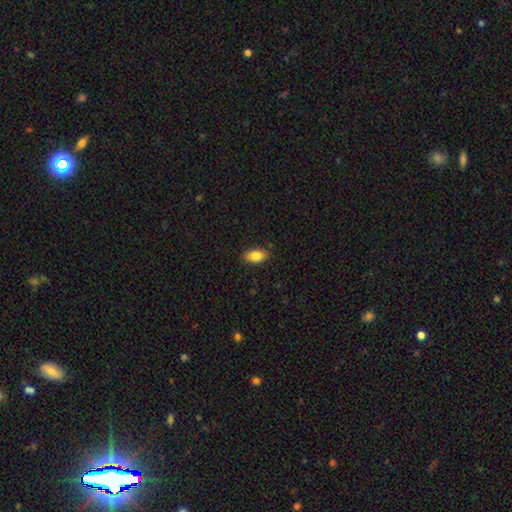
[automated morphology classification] Smooth or featured? smooth (85%)
How rounded? in between (91%)
Merging? none (87%)